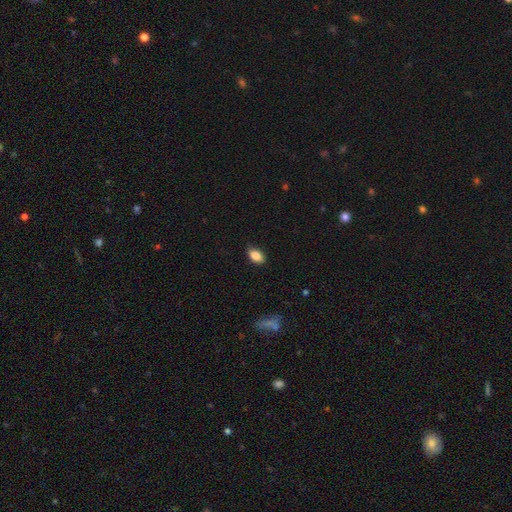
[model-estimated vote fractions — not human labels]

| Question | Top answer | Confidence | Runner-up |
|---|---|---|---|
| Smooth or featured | smooth | 86% | star or artifact (8%) |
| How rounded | in between | 89% | round (8%) |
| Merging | none | 83% | minor disturbance (14%) |